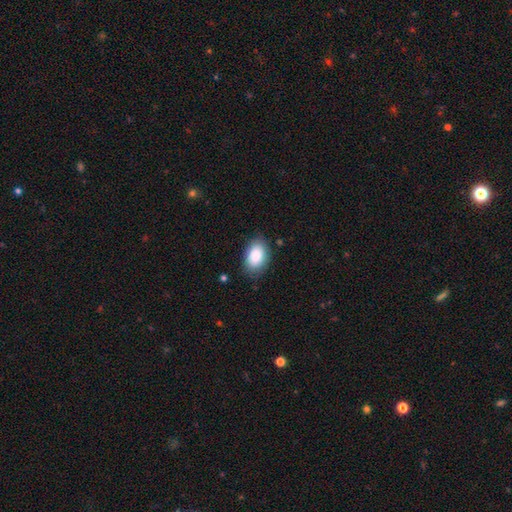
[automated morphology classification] Q: Smooth or featured?
A: smooth (89%); runner-up: star or artifact (6%)
Q: How rounded?
A: in between (91%); runner-up: round (8%)
Q: Merging?
A: none (81%); runner-up: minor disturbance (14%)